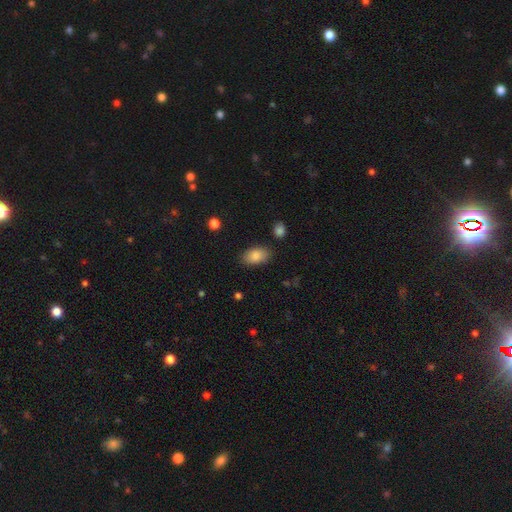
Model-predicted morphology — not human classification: This appears to be a smooth galaxy with no disk features (86%) that is in between round and cigar-shaped (92%). Merging: none (83%).